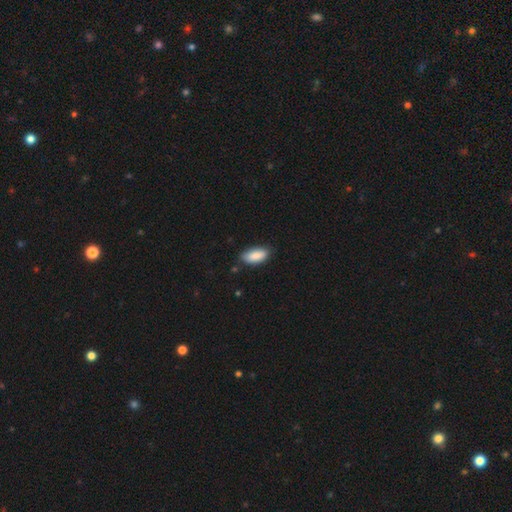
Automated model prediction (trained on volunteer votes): Overall: smooth (89%). How rounded: in between (87%). Merging: none (79%).